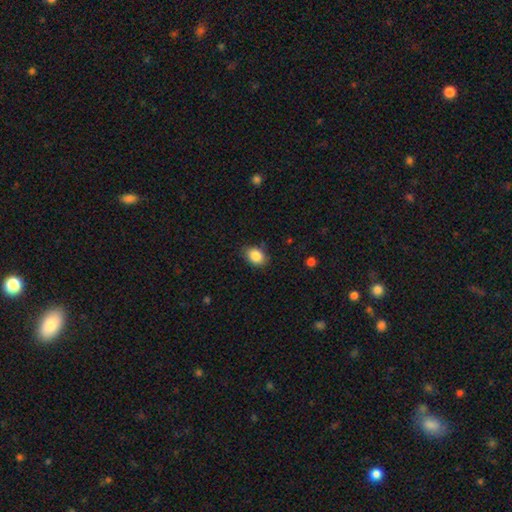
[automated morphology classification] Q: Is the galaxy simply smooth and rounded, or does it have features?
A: smooth — 87%.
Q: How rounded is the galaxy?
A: in between — 72%.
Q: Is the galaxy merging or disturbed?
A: none — 84%.